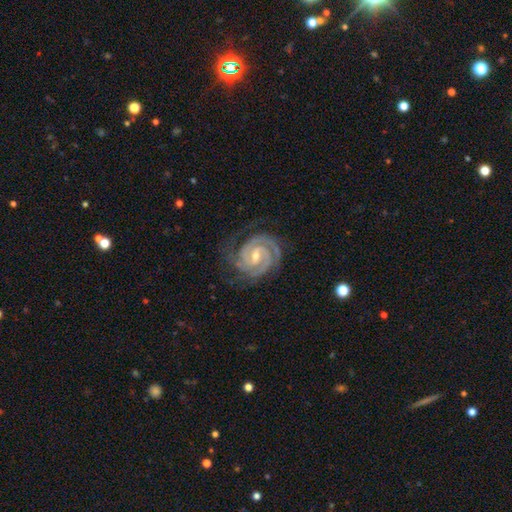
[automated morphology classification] A featured or disk galaxy (93%) with a weak bar (49%), 2 (62%) tight (79%) spiral arms (99%) and a small central bulge (55%).

Vote fractions:
- Smooth or featured? featured or disk: 93% / star or artifact: 4% / smooth: 3%
- Edge-on disk? no: 98% / yes: 2%
- Bar? weak: 49% / strong: 28% / no: 23%
- Spiral arms? yes: 99% / no: 1%
- Spiral winding? tight: 79% / medium: 19% / loose: 2%
- Spiral arm count? 2: 62% / 3: 22% / can't tell: 5% / 4: 5% / more than 4: 3% / 1: 3%
- Bulge size? small: 55% / moderate: 41% / none: 2% / large: 1% / dominant: 1%
- Merging? none: 77% / minor disturbance: 16% / major disturbance: 5% / merger: 1%